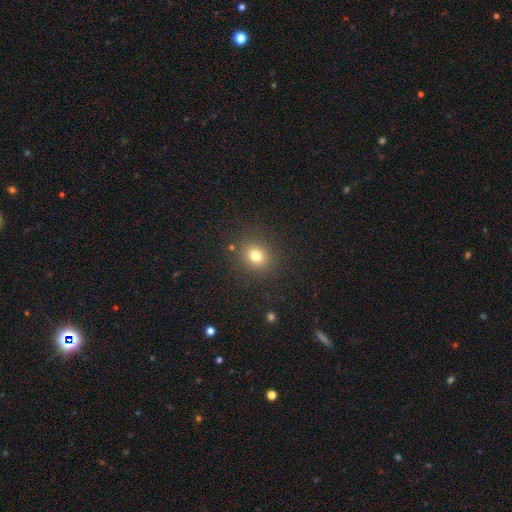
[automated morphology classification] A smooth galaxy with no disk features (77%) that is round (75%). Merging: none (86%).